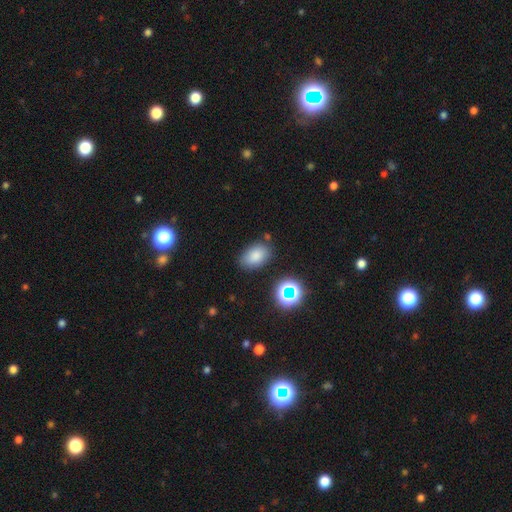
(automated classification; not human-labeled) The model was most divided on "merging": none: 79%, minor disturbance: 14%, merger: 4%, major disturbance: 4%. More confident: how rounded — in between (89%); smooth or featured — smooth (80%).